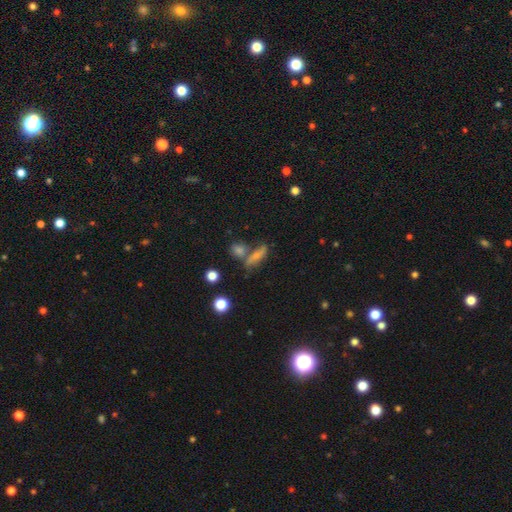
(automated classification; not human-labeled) Smooth or featured? Predicted: smooth (p=0.52). How rounded? Predicted: cigar-shaped (p=0.55). Merging? Predicted: none (p=0.57).